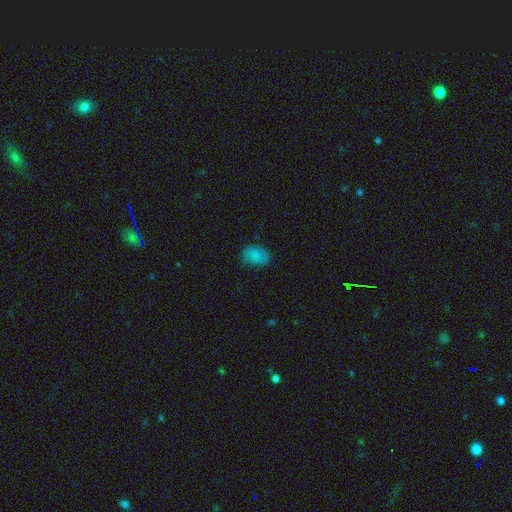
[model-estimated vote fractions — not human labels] A smooth galaxy with no disk features (77%) that is in between round and cigar-shaped (81%). Merging: none (73%).